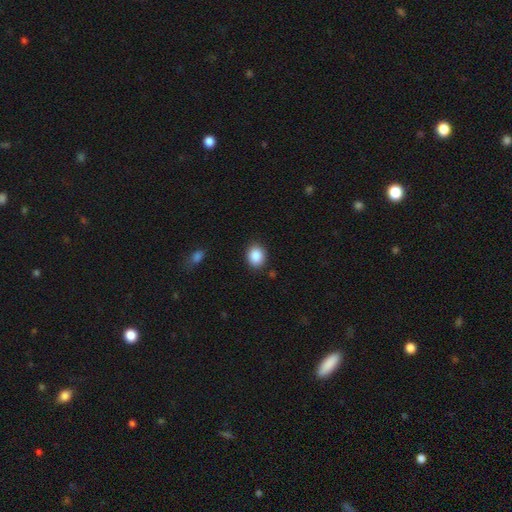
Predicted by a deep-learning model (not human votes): Smooth or featured? smooth (89%)
How rounded? in between (51%)
Merging? none (87%)